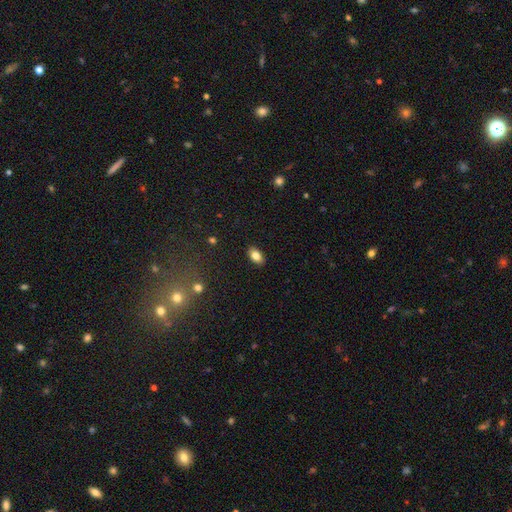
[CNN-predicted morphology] The model was most divided on "smooth or featured": smooth: 83%, star or artifact: 9%, featured or disk: 9%. More confident: how rounded — in between (90%); merging — none (89%).